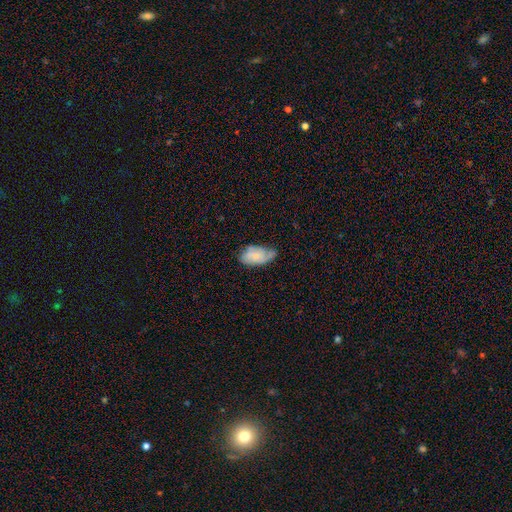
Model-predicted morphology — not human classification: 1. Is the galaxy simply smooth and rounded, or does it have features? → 58% smooth, 35% featured or disk, 7% star or artifact.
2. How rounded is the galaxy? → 93% in between, 4% round, 3% cigar-shaped.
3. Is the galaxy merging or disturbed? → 44% none, 41% minor disturbance, 13% major disturbance, 2% merger.